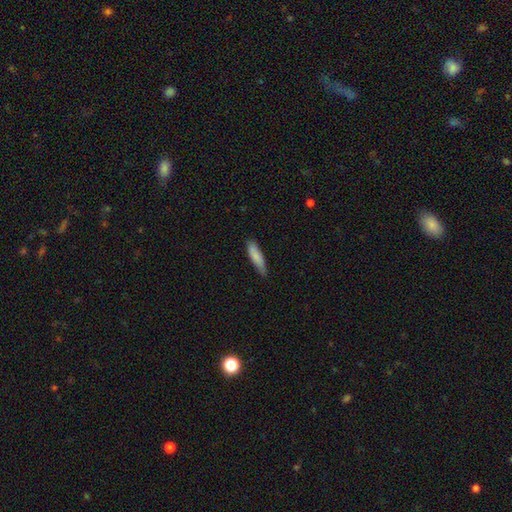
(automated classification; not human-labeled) Morphology: type=smooth (84%); roundness=cigar-shaped (68%); merging=none (76%).